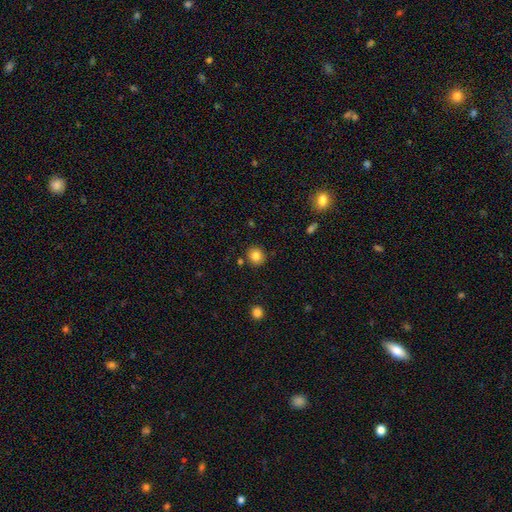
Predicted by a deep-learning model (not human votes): Smooth or featured?
  - smooth: 83% *
  - star or artifact: 11%
  - featured or disk: 6%
How rounded?
  - round: 87% *
  - in between: 13%
  - cigar-shaped: 1%
Merging?
  - none: 86% *
  - minor disturbance: 8%
  - merger: 4%
  - major disturbance: 2%